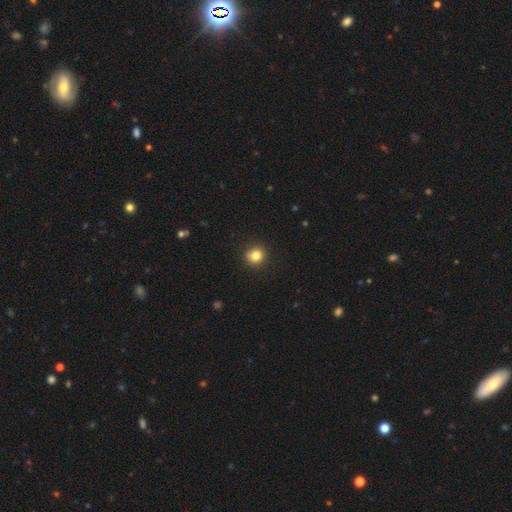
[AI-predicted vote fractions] Smooth or featured? Predicted: smooth (p=0.83). How rounded? Predicted: round (p=0.88). Merging? Predicted: none (p=0.90).